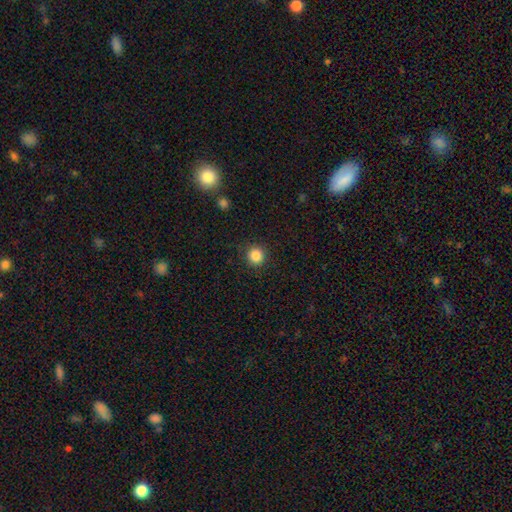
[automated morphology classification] Smooth or featured? Predicted: smooth (p=0.85). How rounded? Predicted: round (p=0.92). Merging? Predicted: none (p=0.90).